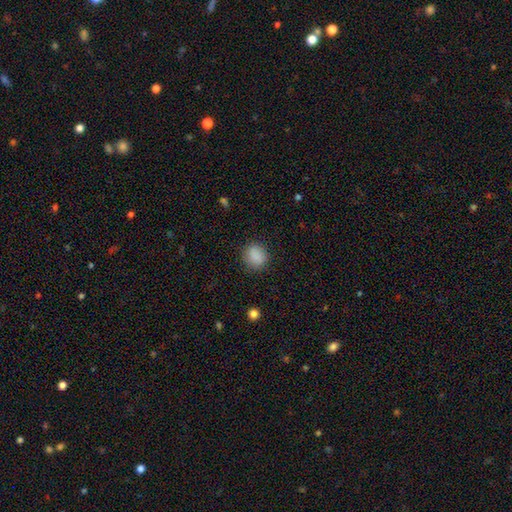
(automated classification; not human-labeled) Q: Smooth or featured?
A: smooth (86%); runner-up: star or artifact (10%)
Q: How rounded?
A: round (71%); runner-up: in between (28%)
Q: Merging?
A: none (84%); runner-up: minor disturbance (11%)